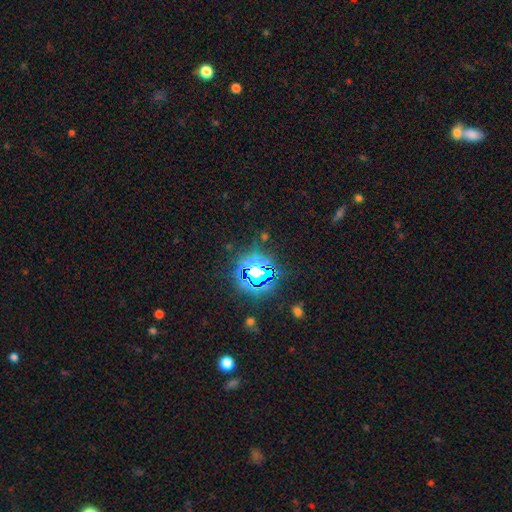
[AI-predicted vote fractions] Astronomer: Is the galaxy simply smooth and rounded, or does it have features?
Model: star or artifact — 79%.